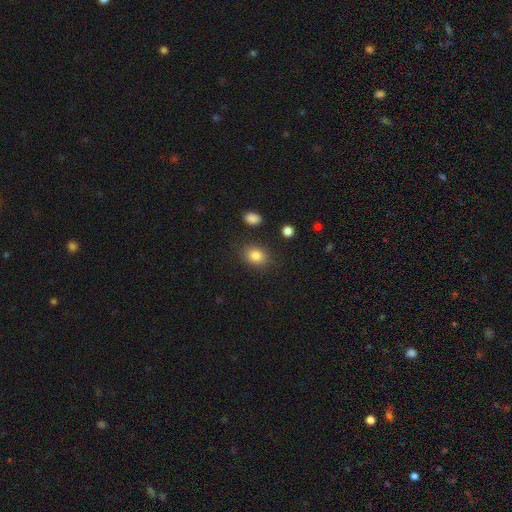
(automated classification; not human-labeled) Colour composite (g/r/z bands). It shows a smooth galaxy with no disk features (85%) that is in between round and cigar-shaped (60%). Merging: none (84%).